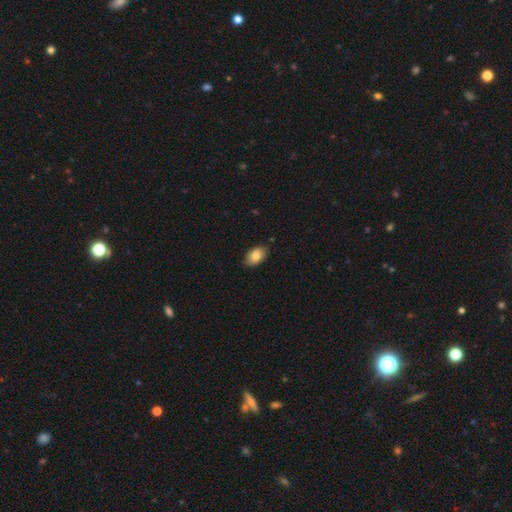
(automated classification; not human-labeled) A smooth galaxy with no disk features (83%) that is in between round and cigar-shaped (92%).

Vote fractions:
- Smooth or featured? smooth: 83% / featured or disk: 10% / star or artifact: 7%
- How rounded? in between: 92% / round: 7% / cigar-shaped: 1%
- Merging? none: 86% / minor disturbance: 11% / major disturbance: 2% / merger: 1%